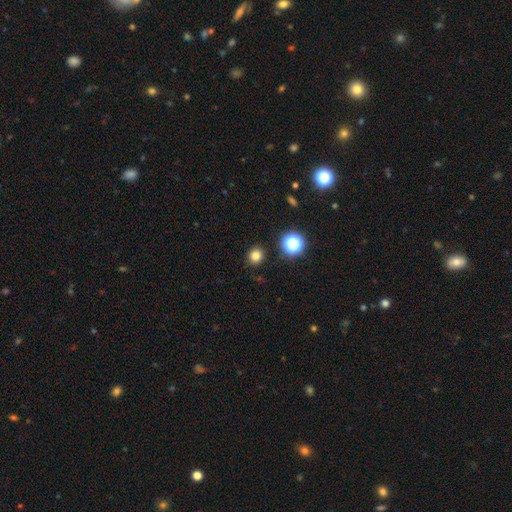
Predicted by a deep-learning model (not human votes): A smooth galaxy with no disk features (79%) that is round (85%).

Vote fractions:
- Smooth or featured? smooth: 79% / star or artifact: 16% / featured or disk: 5%
- How rounded? round: 85% / in between: 14% / cigar-shaped: 1%
- Merging? none: 90% / minor disturbance: 7% / major disturbance: 2% / merger: 2%